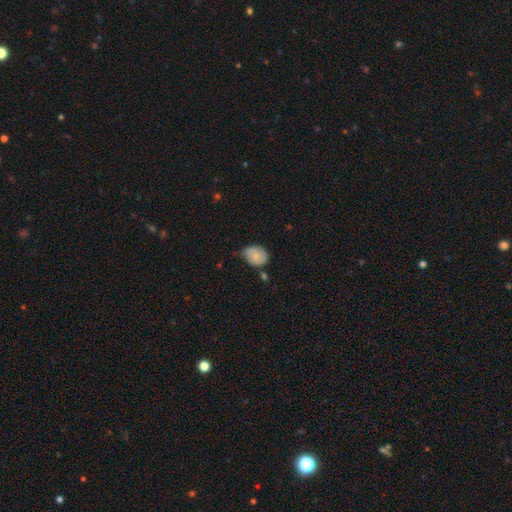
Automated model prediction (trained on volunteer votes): smooth-or-featured: smooth: 75% | featured or disk: 18% | star or artifact: 7%
  how-rounded: in between: 61% | round: 38% | cigar-shaped: 1%
  merging: none: 52% | minor disturbance: 37% | major disturbance: 7% | merger: 5%